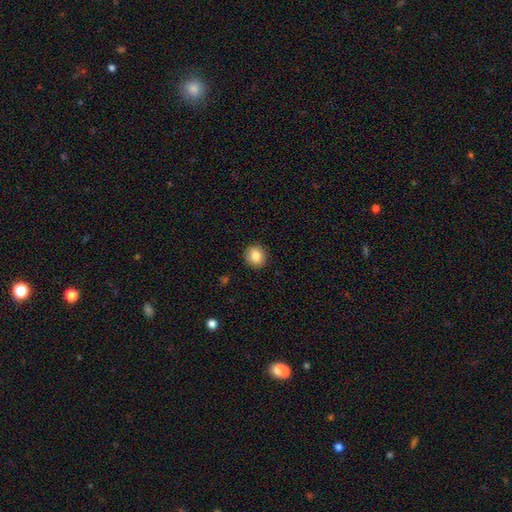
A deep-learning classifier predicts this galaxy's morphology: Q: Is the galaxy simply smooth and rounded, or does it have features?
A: smooth — 84%.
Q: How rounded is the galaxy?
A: round — 87%.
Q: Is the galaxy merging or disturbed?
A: none — 91%.